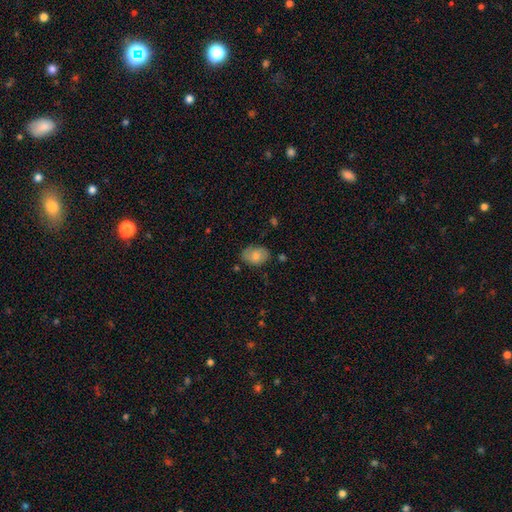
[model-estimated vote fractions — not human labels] smooth_or_featured: smooth (p=0.70) [alt: featured or disk p=0.23]
how_rounded: in between (p=0.80) [alt: round p=0.19]
merging: none (p=0.71) [alt: minor disturbance p=0.21]